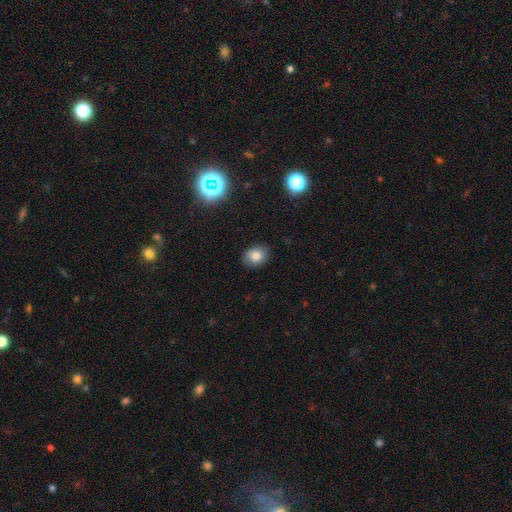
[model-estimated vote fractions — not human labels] Overall: smooth (80%). How rounded: in between (58%; round 41%). Merging: none (85%).